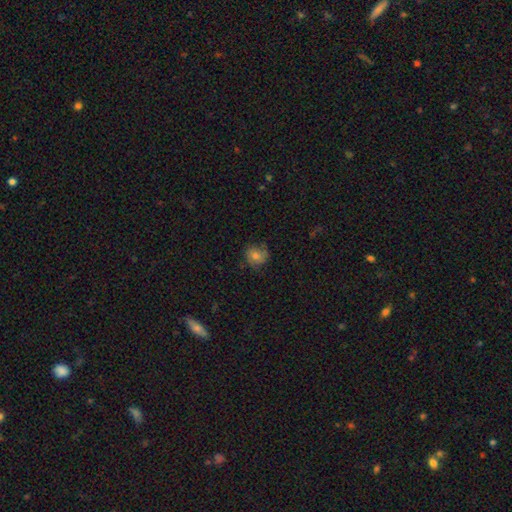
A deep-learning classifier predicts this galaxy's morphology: Overall: smooth (66%). How rounded: round (78%). Merging: none (70%).